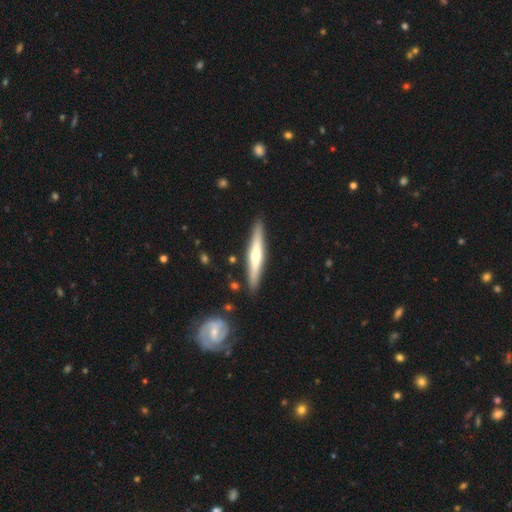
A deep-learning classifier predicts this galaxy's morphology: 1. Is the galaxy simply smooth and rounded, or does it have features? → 56% featured or disk, 39% smooth, 5% star or artifact.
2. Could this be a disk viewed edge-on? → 95% yes, 5% no.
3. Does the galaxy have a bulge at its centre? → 82% rounded, 12% none, 5% boxy.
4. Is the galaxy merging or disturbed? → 89% none, 8% minor disturbance, 2% merger, 2% major disturbance.